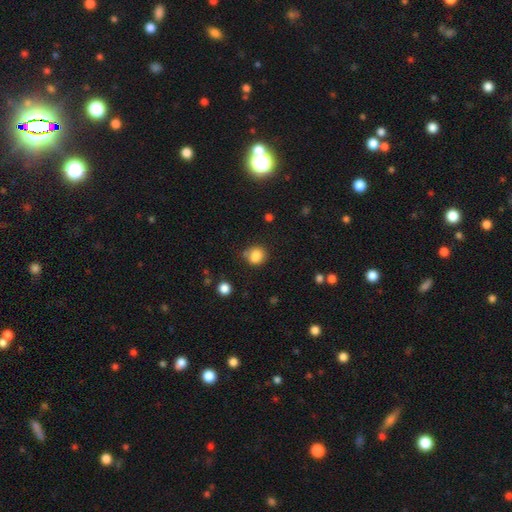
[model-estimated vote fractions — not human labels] smooth-or-featured: smooth: 84% | star or artifact: 11% | featured or disk: 5%
  how-rounded: round: 75% | in between: 24% | cigar-shaped: 1%
  merging: none: 66% | minor disturbance: 19% | merger: 10% | major disturbance: 5%